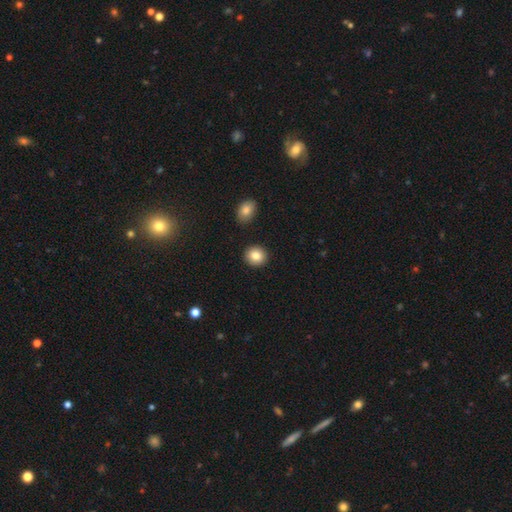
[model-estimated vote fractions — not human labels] smooth_or_featured: smooth (p=0.84) [alt: star or artifact p=0.09]
how_rounded: round (p=0.85) [alt: in between p=0.14]
merging: none (p=0.90) [alt: minor disturbance p=0.06]